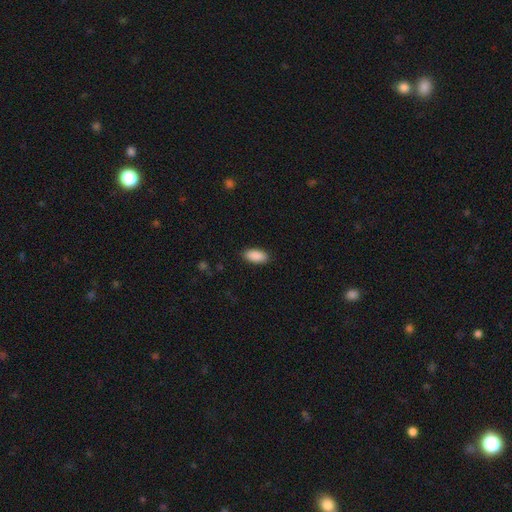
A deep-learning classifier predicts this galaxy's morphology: Q: Smooth or featured?
A: smooth (90%); runner-up: star or artifact (6%)
Q: How rounded?
A: in between (93%); runner-up: cigar-shaped (5%)
Q: Merging?
A: none (89%); runner-up: minor disturbance (8%)